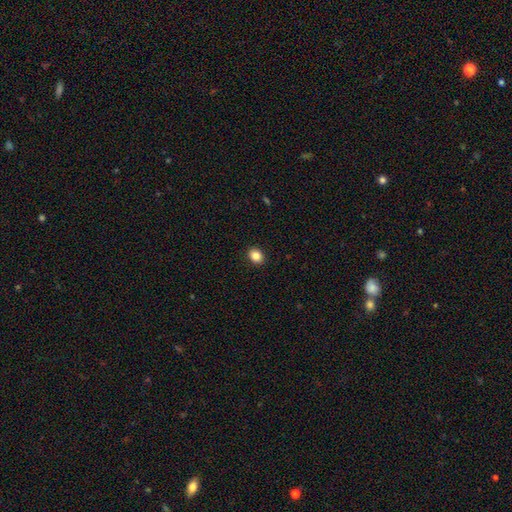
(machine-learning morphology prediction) A smooth galaxy with no disk features (86%) that is in between round and cigar-shaped (54%).

Vote fractions:
- Smooth or featured? smooth: 86% / star or artifact: 10% / featured or disk: 5%
- How rounded? in between: 54% / round: 45% / cigar-shaped: 1%
- Merging? none: 91% / minor disturbance: 6% / major disturbance: 2% / merger: 1%